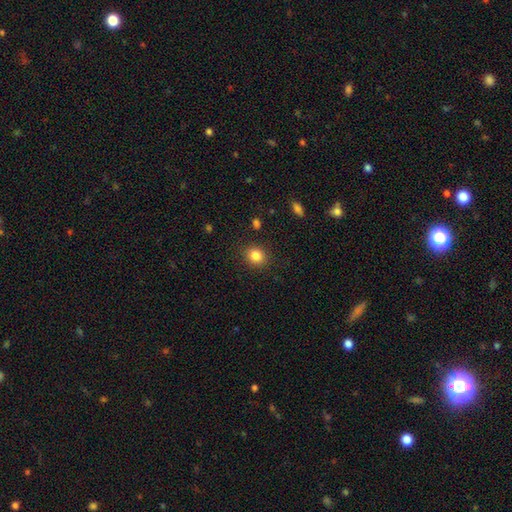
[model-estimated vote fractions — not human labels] This appears to be a smooth galaxy with no disk features (83%) that is round (75%). Merging: none (89%).